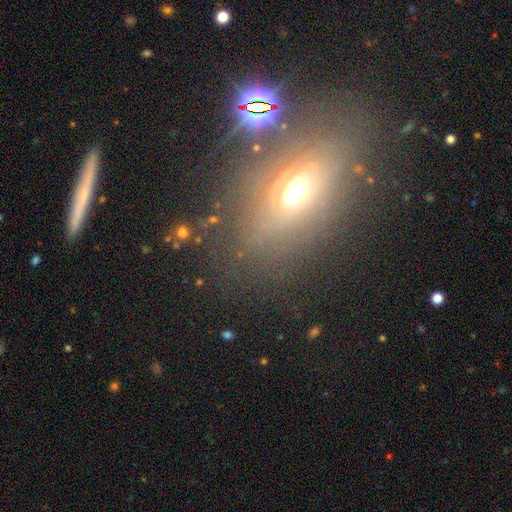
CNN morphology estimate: A smooth galaxy with no disk features (42%). Merging: none (77%).